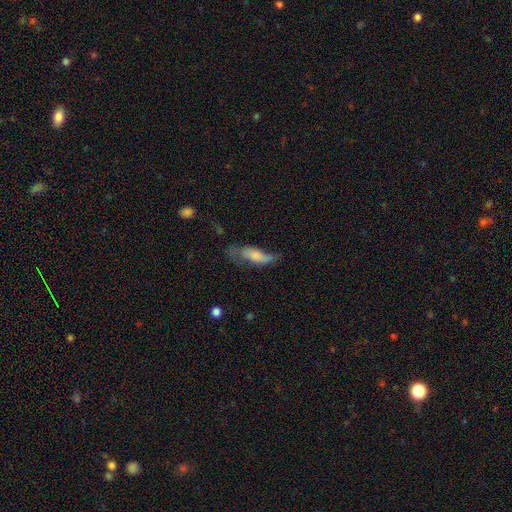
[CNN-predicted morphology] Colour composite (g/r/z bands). It shows a smooth galaxy with no disk features (59%) that is in between round and cigar-shaped (60%). Merging: none (36%).